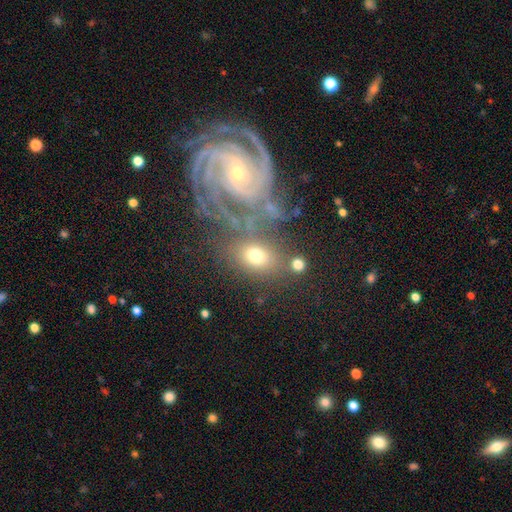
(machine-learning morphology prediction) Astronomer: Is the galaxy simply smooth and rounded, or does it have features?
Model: smooth — 52% (runner-up: featured or disk, 34%).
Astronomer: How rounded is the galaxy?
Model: in between — 67%.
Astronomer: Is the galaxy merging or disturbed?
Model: none — 54%.